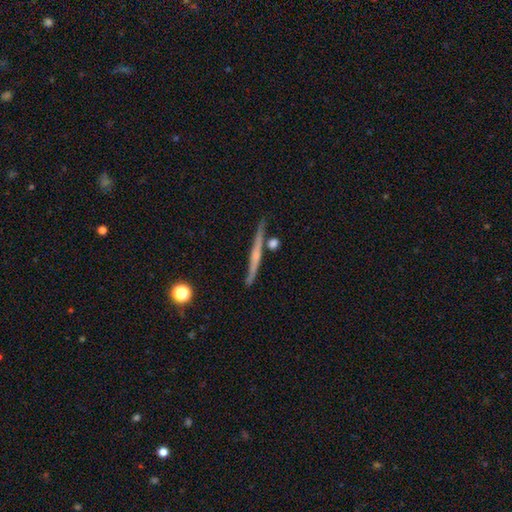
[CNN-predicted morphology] smooth-or-featured: featured or disk: 64% | smooth: 29% | star or artifact: 7%
  disk-edge-on: yes: 96% | no: 4%
    edge-on-bulge: none: 53% | rounded: 37% | boxy: 10%
  merging: none: 81% | minor disturbance: 11% | merger: 6% | major disturbance: 3%